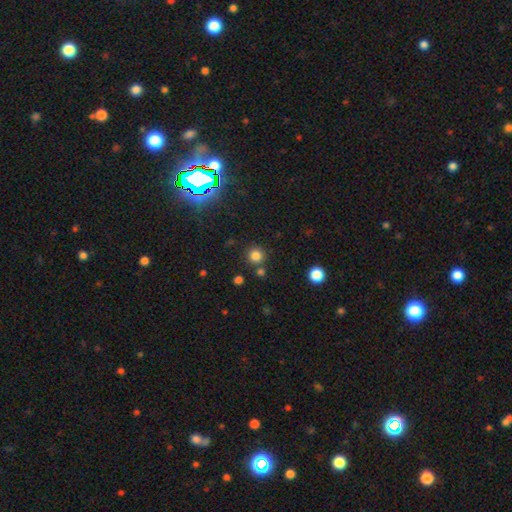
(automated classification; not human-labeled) This is likely a smooth galaxy (80%). How rounded: clearly round (93%). Merging: clearly none (81%).